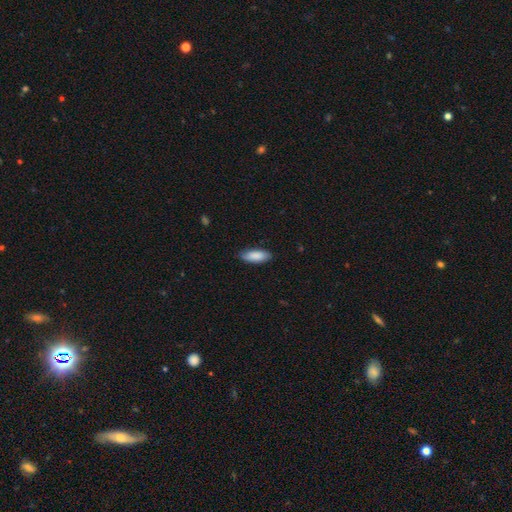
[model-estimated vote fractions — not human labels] smooth 88%, featured or disk 7%, star or artifact 5%. Down the decision tree: how rounded — in between (71%); merging — none (85%).